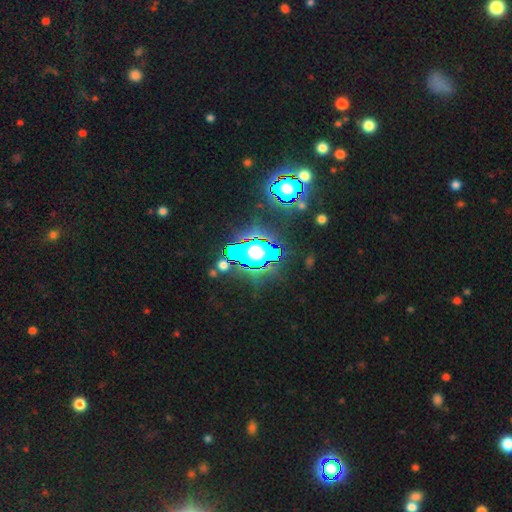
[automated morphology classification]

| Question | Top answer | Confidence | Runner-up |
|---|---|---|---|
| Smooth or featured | star or artifact | 78% | smooth (12%) |